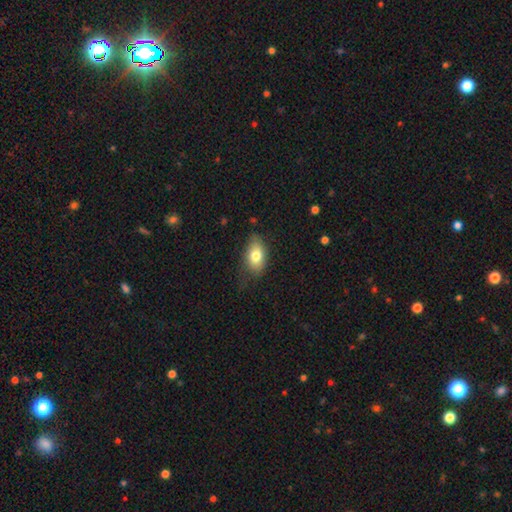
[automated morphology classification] smooth-or-featured: smooth: 77% | featured or disk: 15% | star or artifact: 8%
  how-rounded: in between: 87% | round: 10% | cigar-shaped: 2%
  merging: none: 66% | minor disturbance: 25% | major disturbance: 7% | merger: 2%